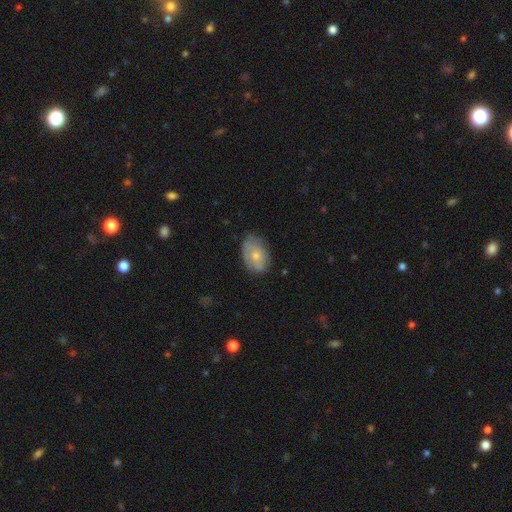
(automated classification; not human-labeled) Overall: smooth (61%; featured or disk 32%). How rounded: in between (84%). Merging: none (70%).